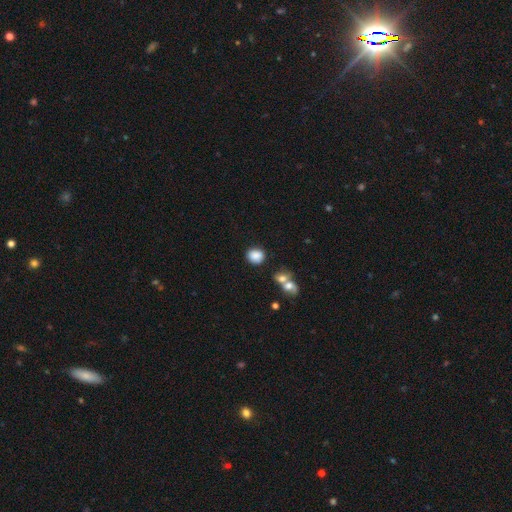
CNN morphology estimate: smooth-or-featured: smooth: 85% | star or artifact: 9% | featured or disk: 6%
  how-rounded: round: 66% | in between: 33% | cigar-shaped: 1%
  merging: none: 75% | minor disturbance: 13% | merger: 8% | major disturbance: 4%